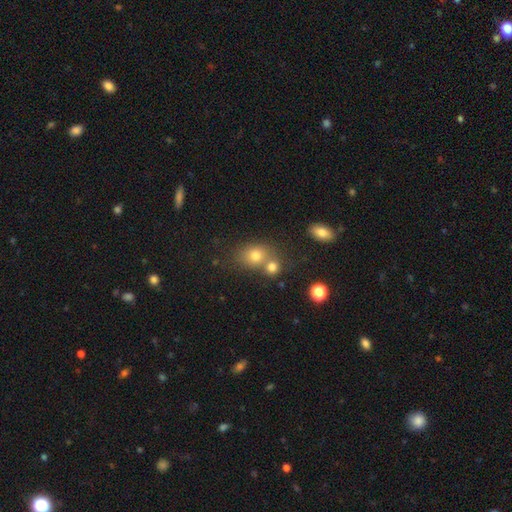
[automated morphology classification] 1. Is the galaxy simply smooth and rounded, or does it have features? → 73% smooth, 15% star or artifact, 12% featured or disk.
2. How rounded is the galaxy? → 60% round, 39% in between, 1% cigar-shaped.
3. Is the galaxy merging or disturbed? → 49% none, 37% merger, 10% minor disturbance, 4% major disturbance.